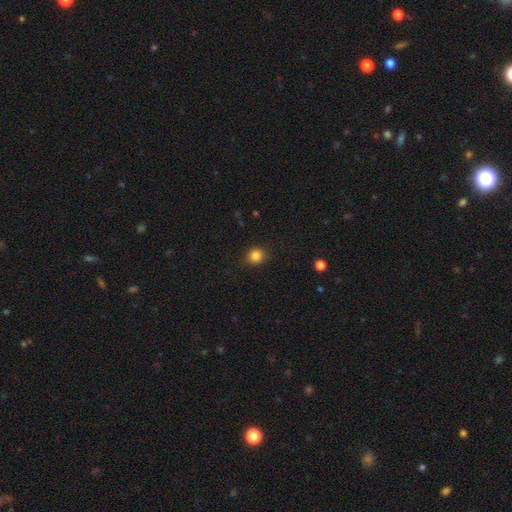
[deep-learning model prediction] smooth-or-featured: smooth: 84% | star or artifact: 12% | featured or disk: 5%
  how-rounded: round: 84% | in between: 15% | cigar-shaped: 1%
  merging: none: 86% | minor disturbance: 10% | major disturbance: 3% | merger: 1%